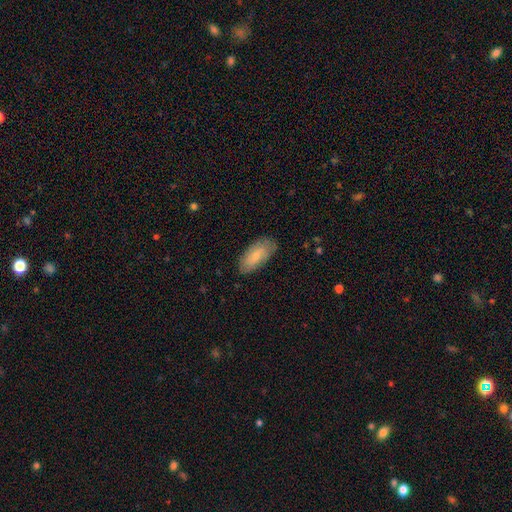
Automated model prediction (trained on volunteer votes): Overall: smooth (70%). How rounded: in between (90%). Merging: none (79%).